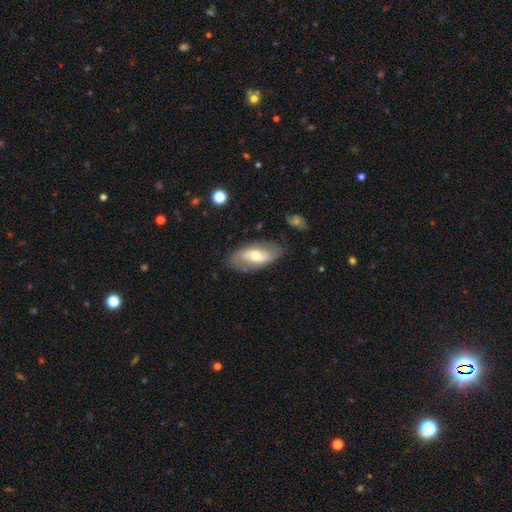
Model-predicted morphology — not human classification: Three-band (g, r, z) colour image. It shows a featured or disk galaxy (52%). Merging: none (77%).